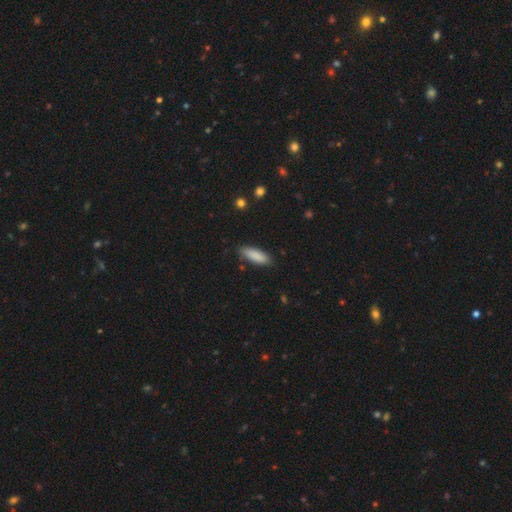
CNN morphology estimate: Smooth or featured? smooth (88%)
How rounded? in between (57%)
Merging? none (83%)